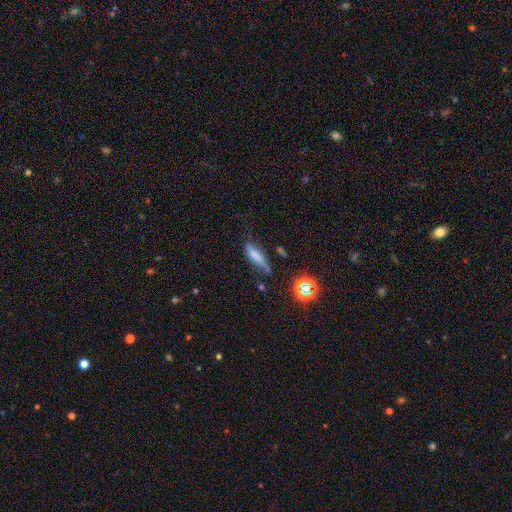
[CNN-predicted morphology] A smooth galaxy with no disk features (62%) that is cigar-shaped (59%). Merging: none (48%).